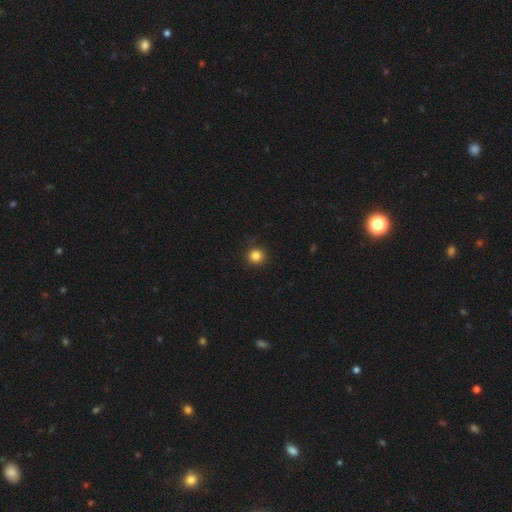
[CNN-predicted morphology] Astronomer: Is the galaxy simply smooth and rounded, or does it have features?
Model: smooth — 85%.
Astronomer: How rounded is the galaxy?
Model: round — 94%.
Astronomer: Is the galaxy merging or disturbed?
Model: none — 91%.